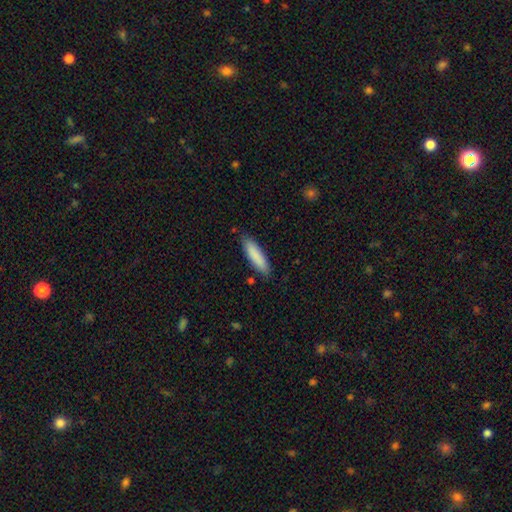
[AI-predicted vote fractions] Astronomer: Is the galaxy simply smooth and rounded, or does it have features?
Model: smooth — 87%.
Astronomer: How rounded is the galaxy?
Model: cigar-shaped — 68%.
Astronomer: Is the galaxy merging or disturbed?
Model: none — 84%.